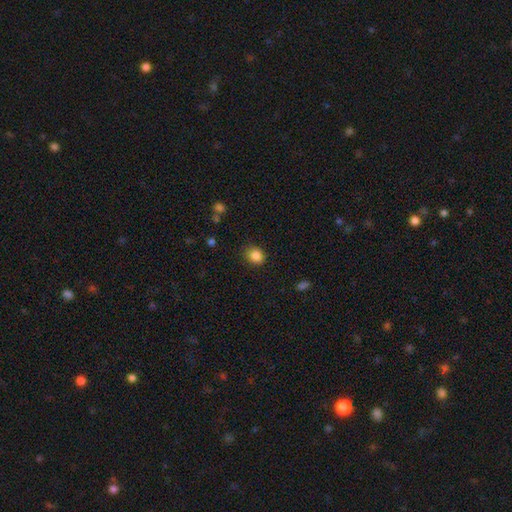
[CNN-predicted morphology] Smooth or featured: smooth — 86% (star or artifact — 10%)
How rounded: round — 62% (in between — 37%)
Merging: none — 82% (minor disturbance — 13%)